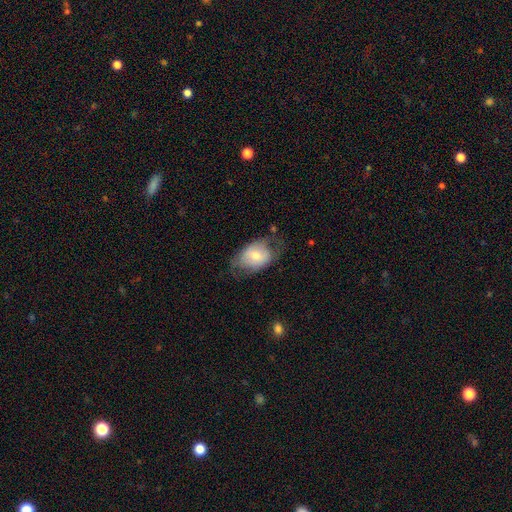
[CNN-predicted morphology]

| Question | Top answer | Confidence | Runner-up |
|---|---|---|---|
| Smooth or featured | smooth | 62% | featured or disk (31%) |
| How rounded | in between | 78% | round (21%) |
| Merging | none | 50% | minor disturbance (29%) |